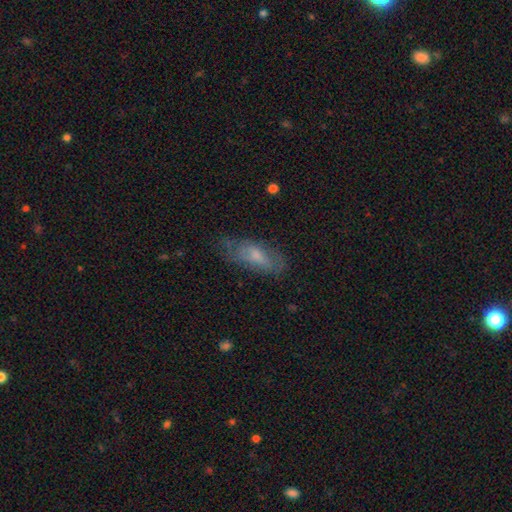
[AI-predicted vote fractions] Smooth or featured? Predicted: smooth (p=0.51). How rounded? Predicted: in between (p=0.75). Merging? Predicted: none (p=0.59).